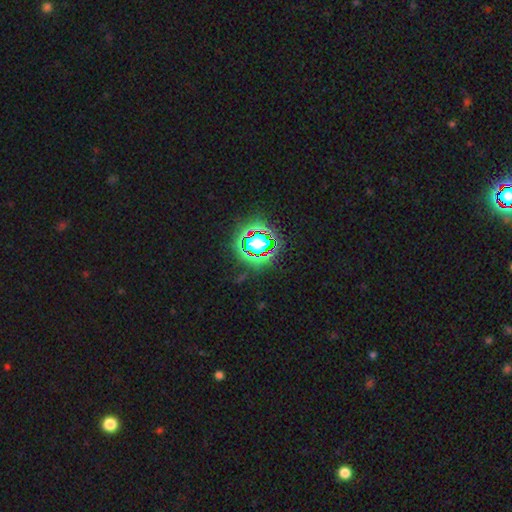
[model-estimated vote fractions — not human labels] A star or artifact, not a galaxy (82%).